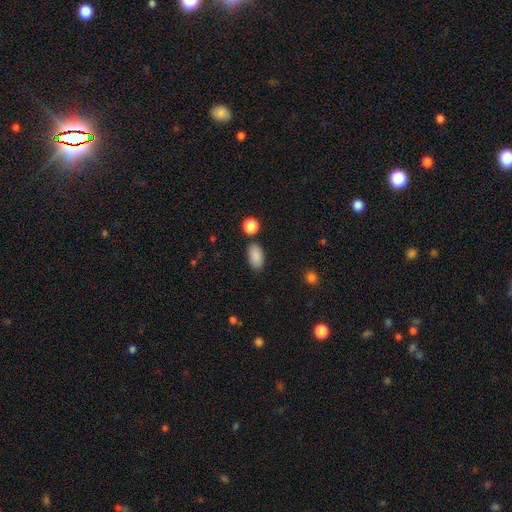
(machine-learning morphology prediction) The model was most divided on "merging": none: 81%, minor disturbance: 11%, merger: 5%, major disturbance: 3%. More confident: how rounded — in between (92%); smooth or featured — smooth (88%).